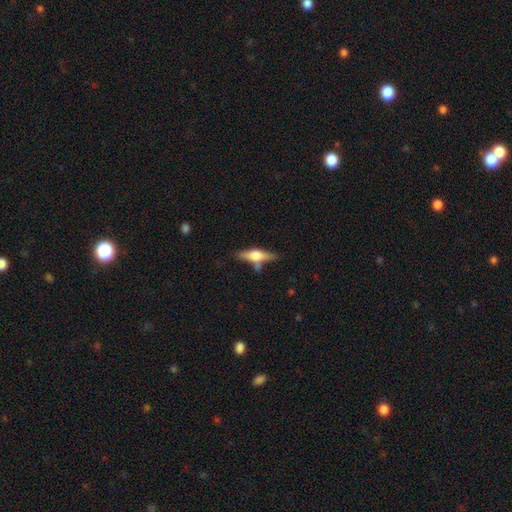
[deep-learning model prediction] Morphology: type=featured or disk (53%); edge-on=yes (92%); merging=none (67%).